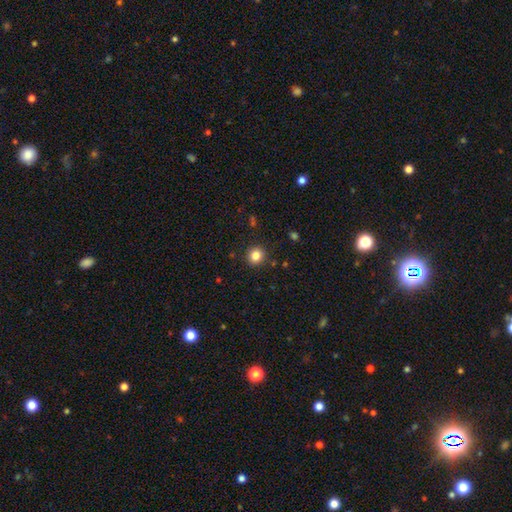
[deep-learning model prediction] Smooth or featured? Predicted: smooth (p=0.83). How rounded? Predicted: round (p=0.85). Merging? Predicted: none (p=0.90).